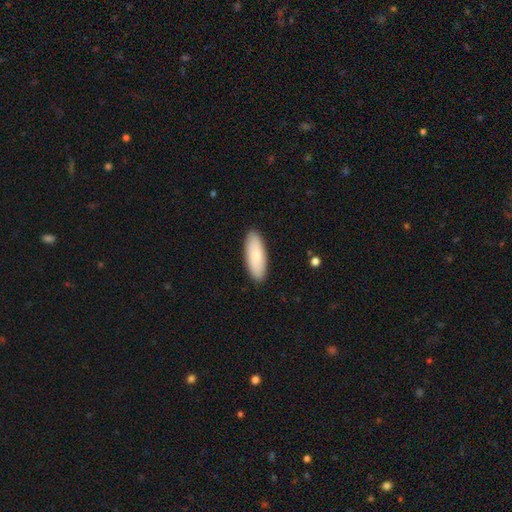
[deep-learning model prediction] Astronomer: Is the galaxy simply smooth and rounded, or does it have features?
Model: smooth — 82%.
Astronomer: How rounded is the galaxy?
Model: in between — 69%.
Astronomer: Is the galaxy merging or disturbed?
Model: none — 90%.